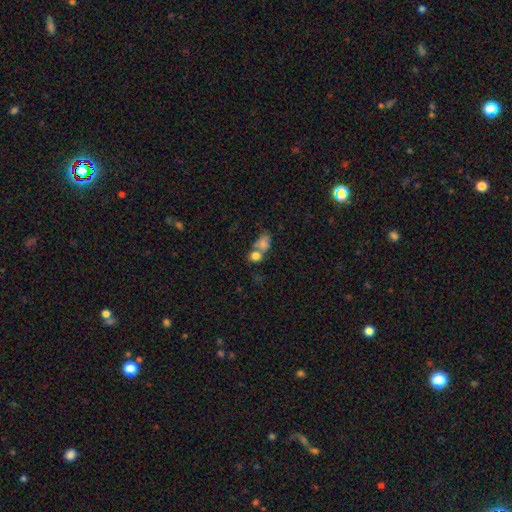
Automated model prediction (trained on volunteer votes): Smooth or featured?
  - smooth: 79% *
  - featured or disk: 11%
  - star or artifact: 10%
How rounded?
  - round: 54% *
  - in between: 45%
  - cigar-shaped: 2%
Merging?
  - merger: 58% *
  - none: 29%
  - minor disturbance: 8%
  - major disturbance: 5%